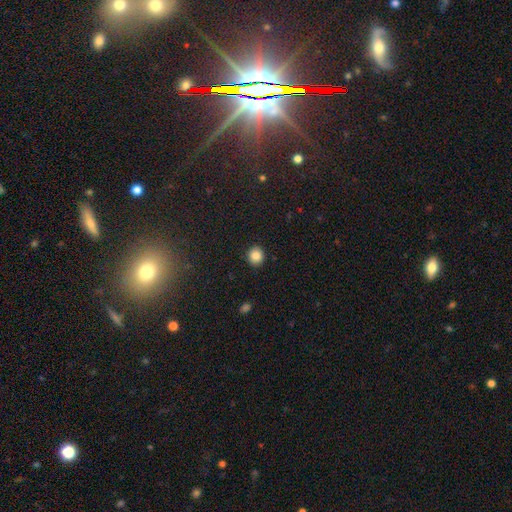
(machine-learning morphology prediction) A smooth galaxy with no disk features (86%) that is round (85%).

Vote fractions:
- Smooth or featured? smooth: 86% / star or artifact: 10% / featured or disk: 4%
- How rounded? round: 85% / in between: 14% / cigar-shaped: 1%
- Merging? none: 91% / minor disturbance: 6% / major disturbance: 2% / merger: 1%